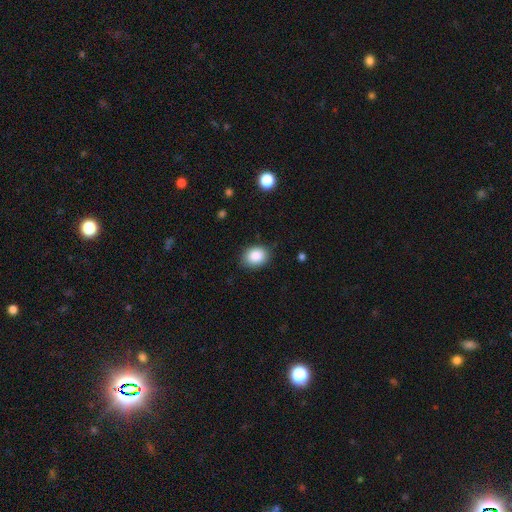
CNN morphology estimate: Smooth or featured: smooth — 87% (star or artifact — 8%)
How rounded: in between — 59% (round — 40%)
Merging: none — 84% (minor disturbance — 12%)